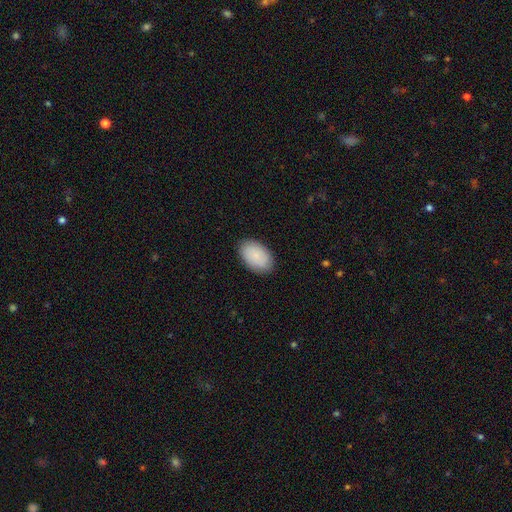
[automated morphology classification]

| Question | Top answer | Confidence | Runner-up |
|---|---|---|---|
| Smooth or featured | smooth | 88% | featured or disk (7%) |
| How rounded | in between | 93% | round (6%) |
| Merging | none | 87% | minor disturbance (10%) |